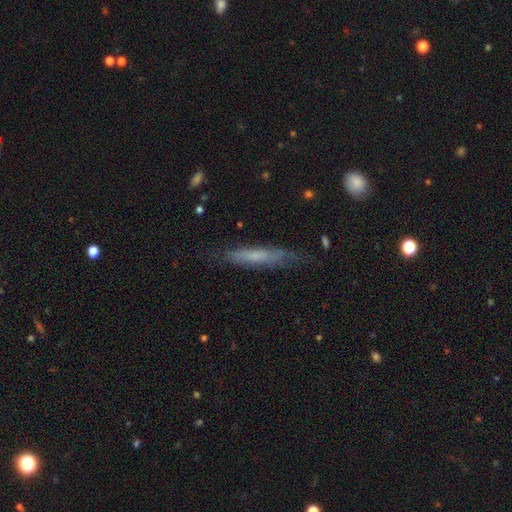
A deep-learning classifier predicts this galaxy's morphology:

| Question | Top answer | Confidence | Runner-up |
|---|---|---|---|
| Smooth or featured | smooth | 52% | featured or disk (40%) |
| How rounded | cigar-shaped | 89% | in between (10%) |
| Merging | none | 66% | minor disturbance (24%) |